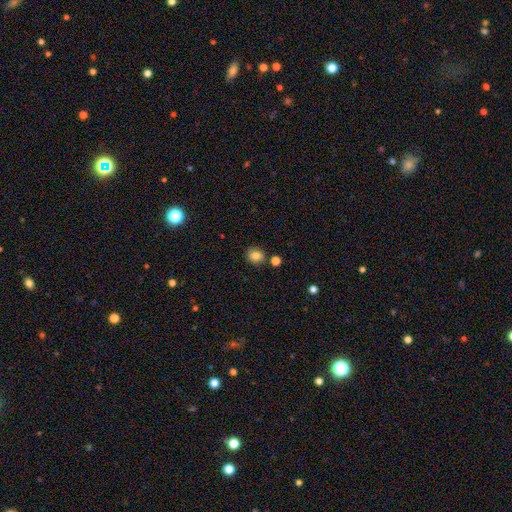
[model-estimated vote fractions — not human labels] Morphology: type=smooth (83%); roundness=round (76%); merging=none (82%).